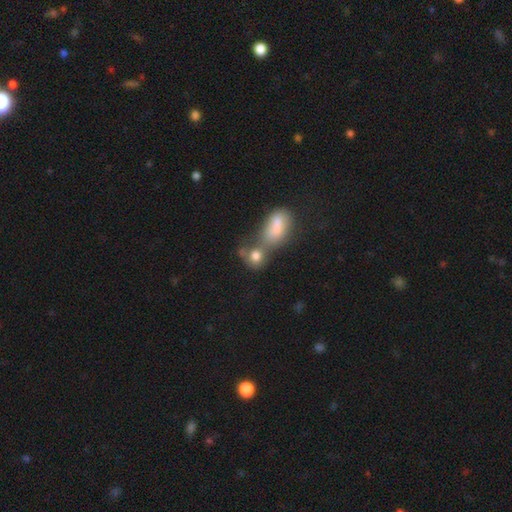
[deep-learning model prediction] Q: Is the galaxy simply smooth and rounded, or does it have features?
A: smooth — 76%.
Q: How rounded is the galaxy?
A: round — 54%.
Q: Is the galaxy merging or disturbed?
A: merger — 52%.